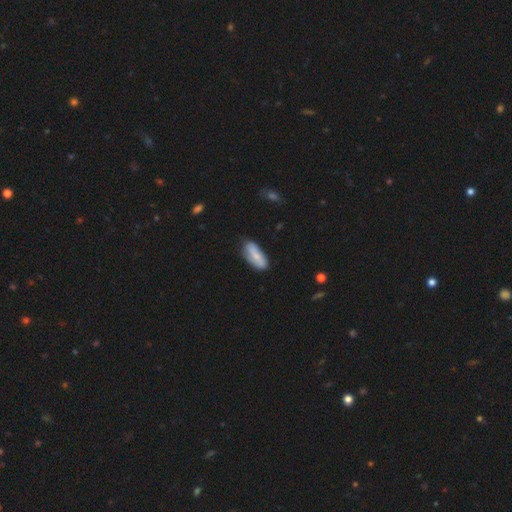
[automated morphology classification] Smooth or featured?
  - smooth: 69% *
  - featured or disk: 25%
  - star or artifact: 6%
How rounded?
  - in between: 79% *
  - cigar-shaped: 19%
  - round: 2%
Merging?
  - none: 75% *
  - minor disturbance: 19%
  - major disturbance: 4%
  - merger: 2%